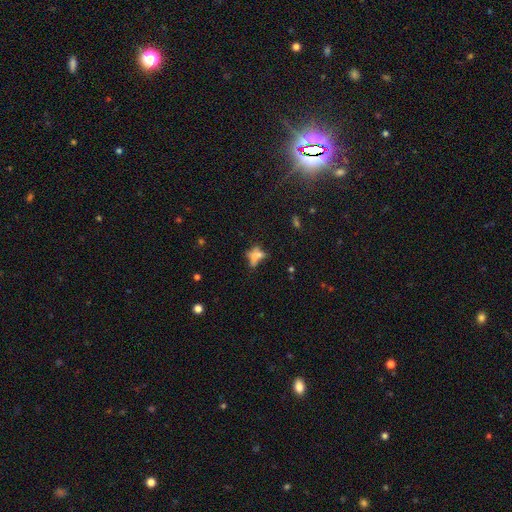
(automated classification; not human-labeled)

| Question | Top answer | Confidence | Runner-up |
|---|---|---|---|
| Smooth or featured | smooth | 53% | featured or disk (26%) |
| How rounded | in between | 66% | cigar-shaped (18%) |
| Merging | none | 31% | tied: merger (31%) |